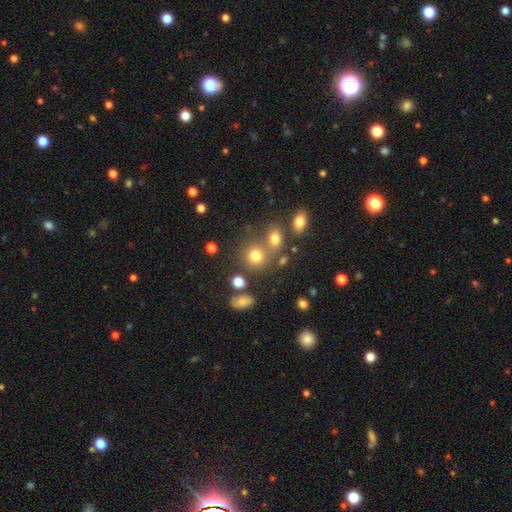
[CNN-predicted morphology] smooth_or_featured: smooth (p=0.74) [alt: star or artifact p=0.16]
how_rounded: round (p=0.81) [alt: in between p=0.18]
merging: none (p=0.63) [alt: merger p=0.21]